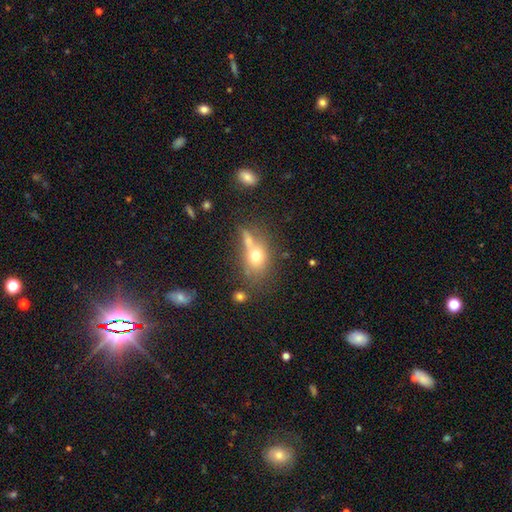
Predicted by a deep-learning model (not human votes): Smooth or featured?
  - smooth: 69% *
  - featured or disk: 18%
  - star or artifact: 13%
How rounded?
  - in between: 54% *
  - round: 44%
  - cigar-shaped: 3%
Merging?
  - none: 43% *
  - merger: 32%
  - minor disturbance: 15%
  - major disturbance: 10%